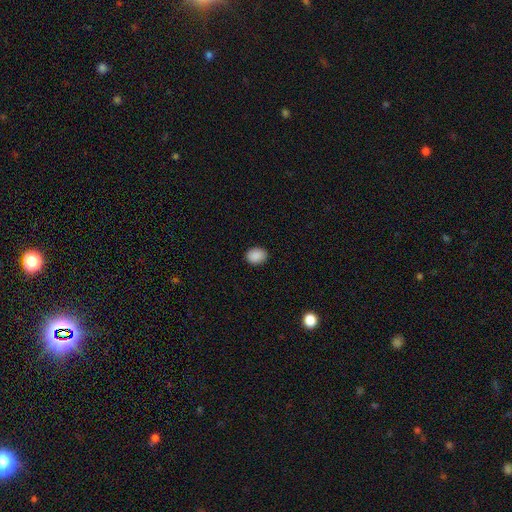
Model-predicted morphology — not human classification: Smooth or featured?
  - smooth: 89% *
  - star or artifact: 8%
  - featured or disk: 3%
How rounded?
  - in between: 57% *
  - round: 42%
  - cigar-shaped: 1%
Merging?
  - none: 88% *
  - minor disturbance: 9%
  - major disturbance: 2%
  - merger: 1%